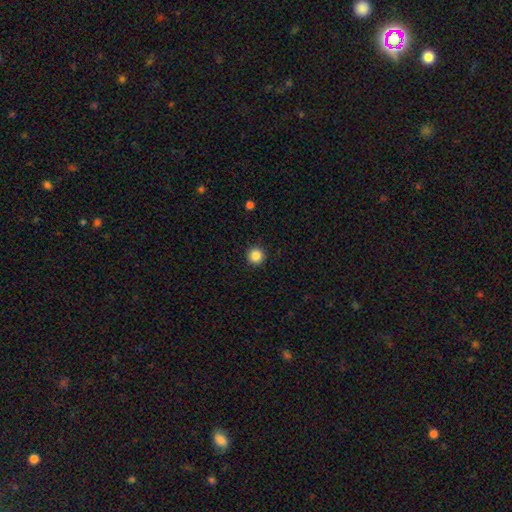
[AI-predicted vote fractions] A smooth galaxy with no disk features (86%) that is round (96%).

Vote fractions:
- Smooth or featured? smooth: 86% / star or artifact: 10% / featured or disk: 4%
- How rounded? round: 96% / in between: 3% / cigar-shaped: 1%
- Merging? none: 93% / minor disturbance: 5% / major disturbance: 2% / merger: 1%